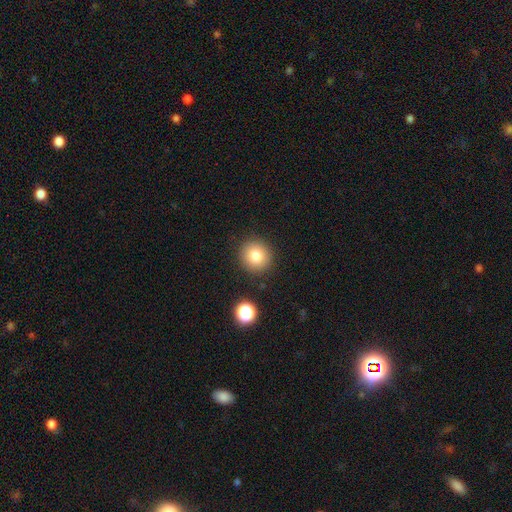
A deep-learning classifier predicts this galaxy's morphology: smooth 81%, star or artifact 11%, featured or disk 7%. Down the decision tree: how rounded — round (93%); merging — none (89%).